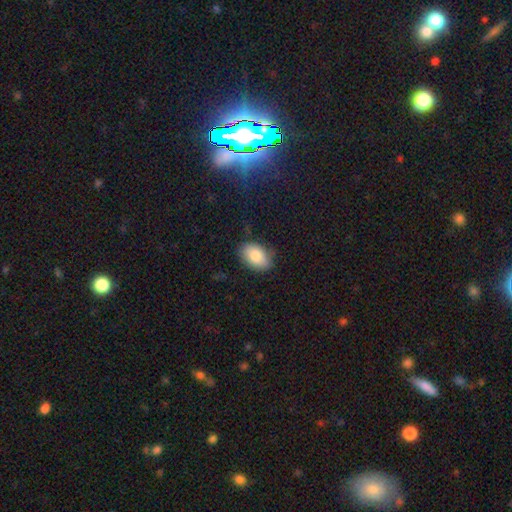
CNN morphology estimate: Smooth or featured?
  - smooth: 83% *
  - featured or disk: 10%
  - star or artifact: 7%
How rounded?
  - in between: 88% *
  - round: 10%
  - cigar-shaped: 1%
Merging?
  - none: 81% *
  - minor disturbance: 15%
  - major disturbance: 3%
  - merger: 1%